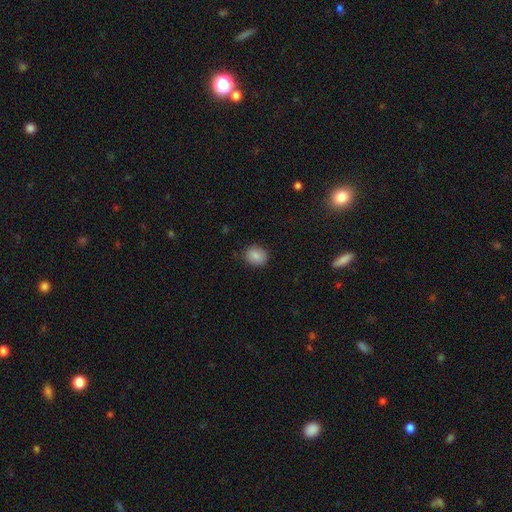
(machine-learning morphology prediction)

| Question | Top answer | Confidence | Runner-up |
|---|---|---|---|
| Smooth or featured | smooth | 87% | star or artifact (8%) |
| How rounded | round | 57% | in between (42%) |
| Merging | none | 84% | minor disturbance (12%) |